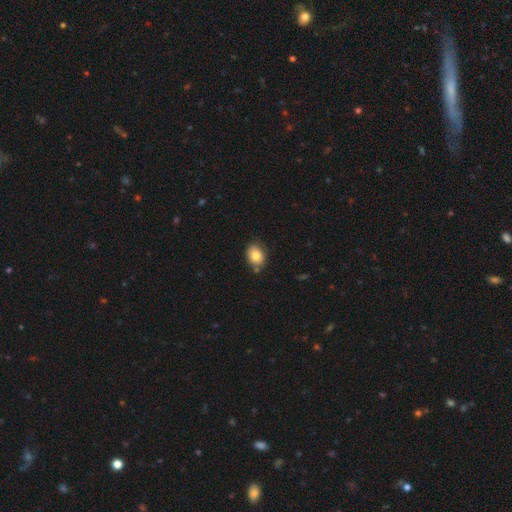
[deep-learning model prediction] This appears to be a smooth galaxy with no disk features (82%) that is in between round and cigar-shaped (62%). Merging: none (77%).